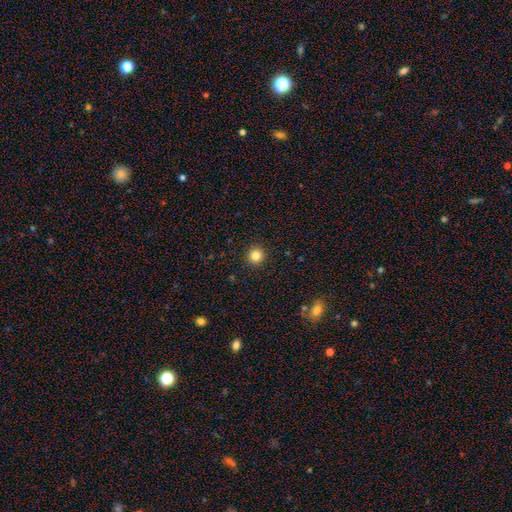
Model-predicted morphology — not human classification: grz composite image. It shows a smooth galaxy with no disk features (83%) that is round (94%). Merging: none (93%).